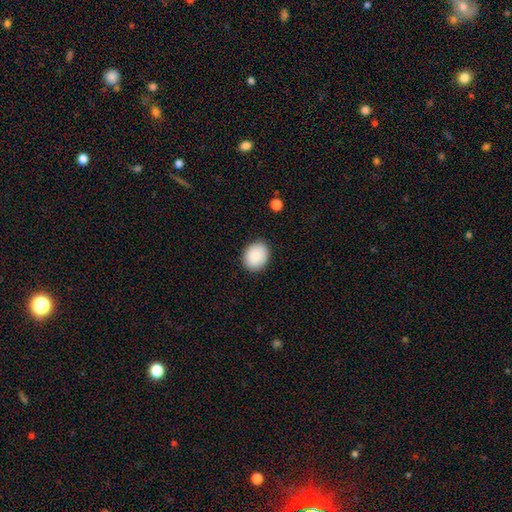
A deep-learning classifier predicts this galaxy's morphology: Q: Smooth or featured?
A: smooth (90%); runner-up: star or artifact (7%)
Q: How rounded?
A: in between (50%); runner-up: round (49%)
Q: Merging?
A: none (87%); runner-up: minor disturbance (10%)